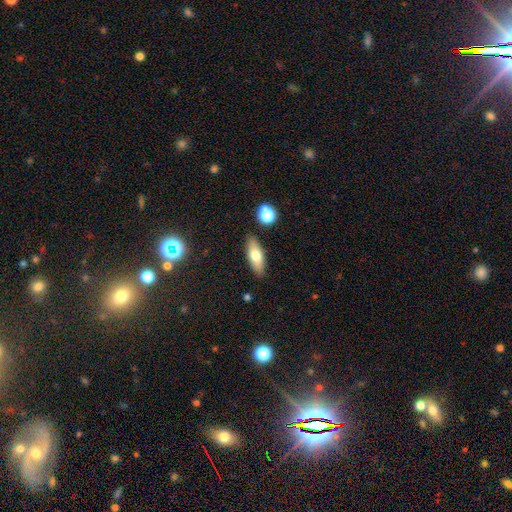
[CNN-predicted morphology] This is likely a smooth galaxy (69%). How rounded: likely in between (68%). Merging: clearly none (86%).